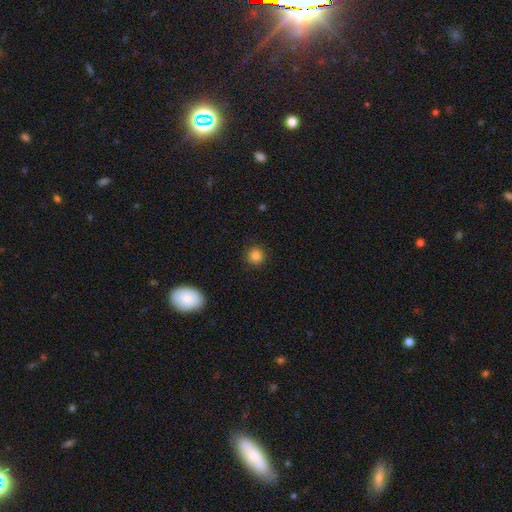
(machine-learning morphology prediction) smooth 84%, star or artifact 12%, featured or disk 4%. Down the decision tree: how rounded — round (94%); merging — none (91%).